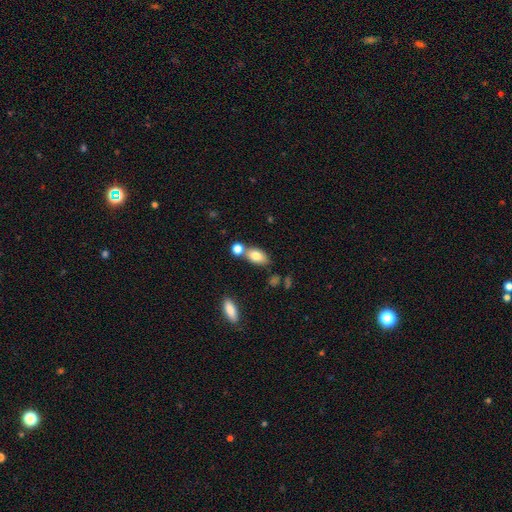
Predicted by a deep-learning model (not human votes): smooth_or_featured: smooth (p=0.80) [alt: featured or disk p=0.12]
how_rounded: in between (p=0.85) [alt: round p=0.11]
merging: none (p=0.55) [alt: merger p=0.28]